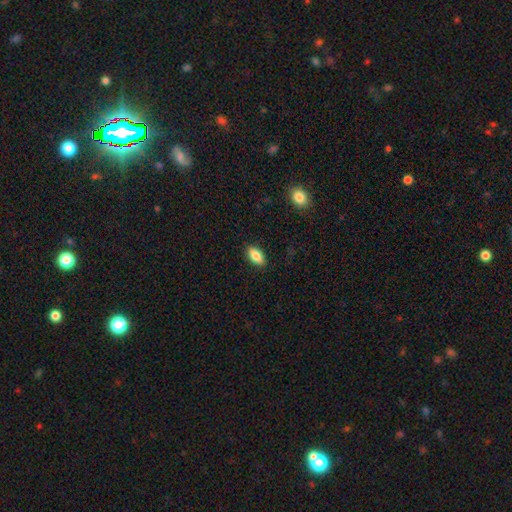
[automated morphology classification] This is clearly a smooth galaxy (84%). How rounded: clearly in between (90%). Merging: clearly none (88%).